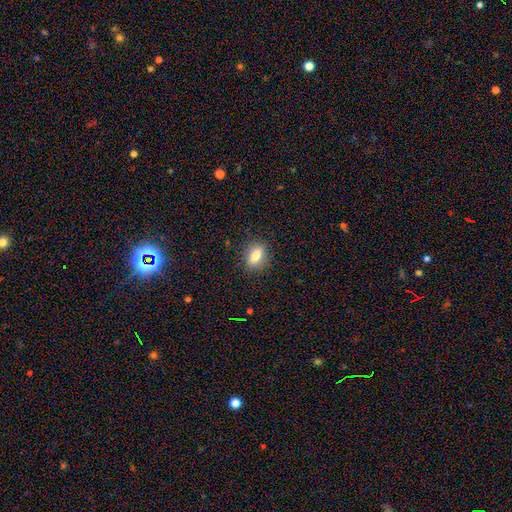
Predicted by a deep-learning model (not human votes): Smooth or featured? smooth (77%)
How rounded? in between (74%)
Merging? none (87%)